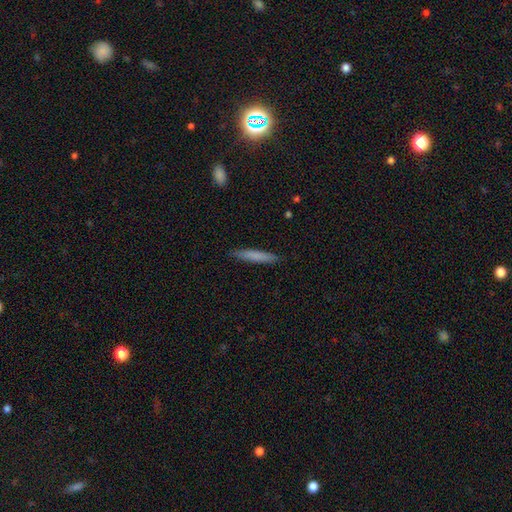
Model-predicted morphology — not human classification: Overall: smooth (75%). How rounded: cigar-shaped (94%). Merging: none (89%).